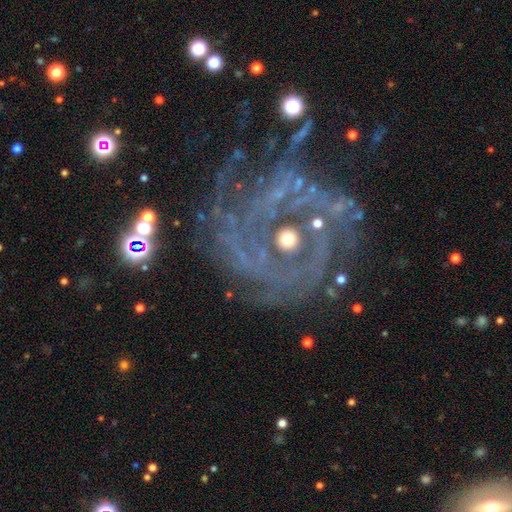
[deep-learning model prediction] This is clearly a featured or disk galaxy (81%). It is clearly not viewed edge-on (97%). Bar: likely no (72%). Spiral arm pattern: clearly yes (87%). Spiral arm count: marginally can't tell (34%). Spiral winding: likely tight (64%). Central bulge: marginally moderate (45%). Merging: possibly none (58%).